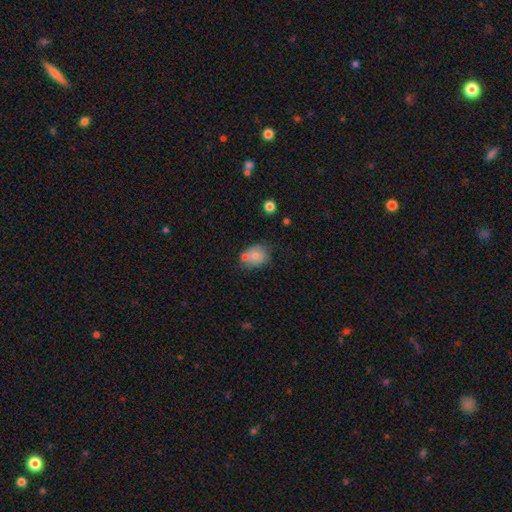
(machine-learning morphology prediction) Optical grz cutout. It shows a smooth galaxy with no disk features (72%) that is round (50%). Merging: none (50%).